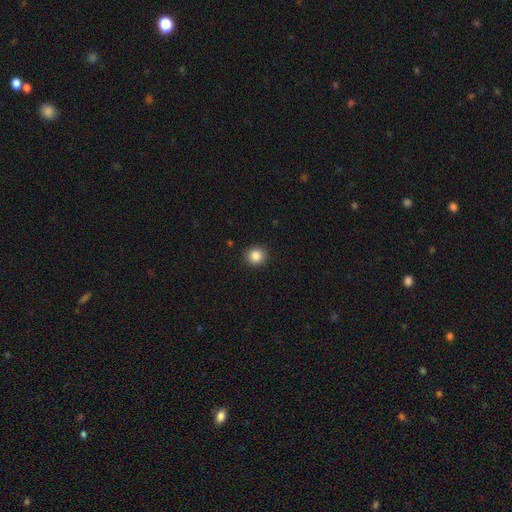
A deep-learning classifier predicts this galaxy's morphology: Smooth or featured? smooth (85%)
How rounded? round (91%)
Merging? none (91%)